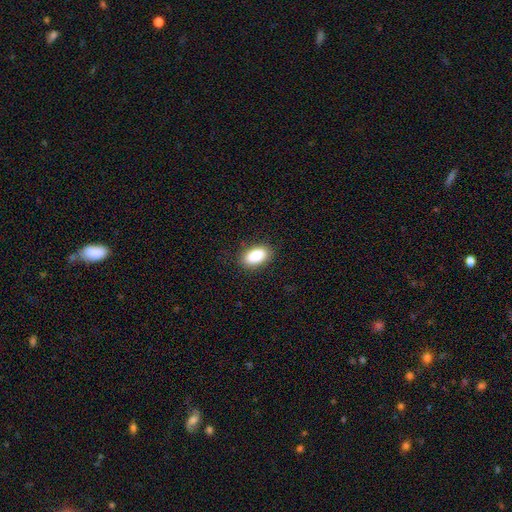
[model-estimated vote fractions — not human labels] Smooth or featured?
  - smooth: 88% *
  - star or artifact: 7%
  - featured or disk: 4%
How rounded?
  - in between: 93% *
  - round: 5%
  - cigar-shaped: 2%
Merging?
  - none: 88% *
  - minor disturbance: 9%
  - major disturbance: 2%
  - merger: 1%